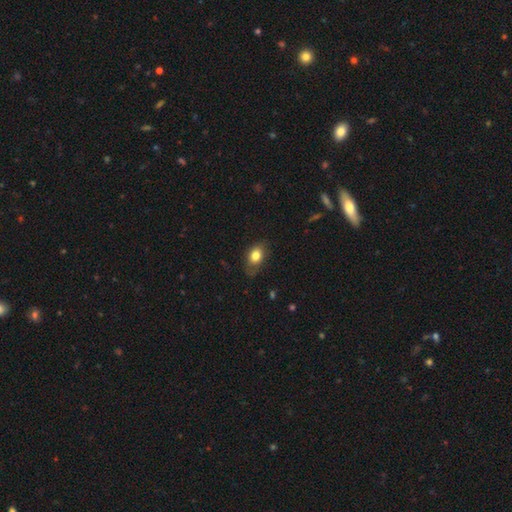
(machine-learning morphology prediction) smooth 79%, featured or disk 13%, star or artifact 9%. Down the decision tree: how rounded — in between (73%); merging — none (67%).